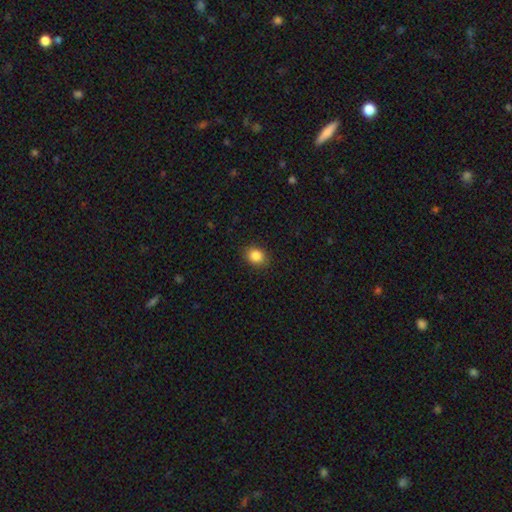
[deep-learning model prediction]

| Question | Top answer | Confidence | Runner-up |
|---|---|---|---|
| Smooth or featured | smooth | 86% | star or artifact (9%) |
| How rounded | round | 57% | in between (42%) |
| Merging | none | 87% | minor disturbance (9%) |